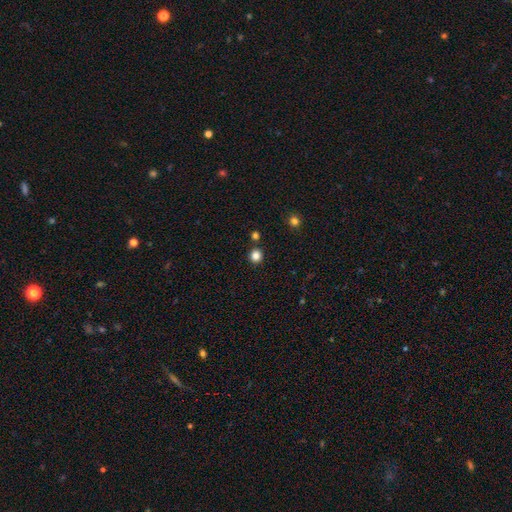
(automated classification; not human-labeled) Smooth or featured: smooth — 83% (star or artifact — 13%)
How rounded: round — 90% (in between — 9%)
Merging: none — 87% (minor disturbance — 6%)